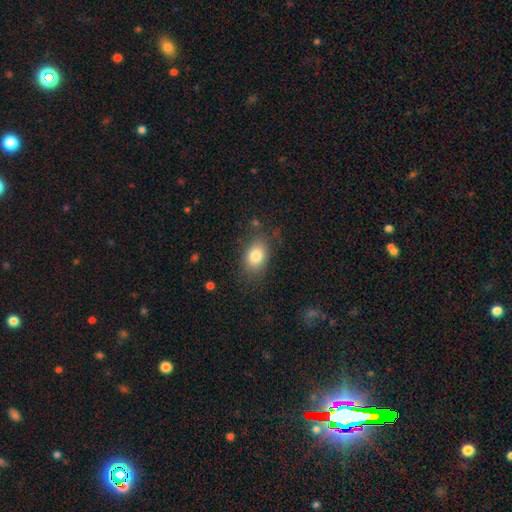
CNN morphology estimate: Smooth or featured? smooth (81%)
How rounded? in between (80%)
Merging? none (78%)